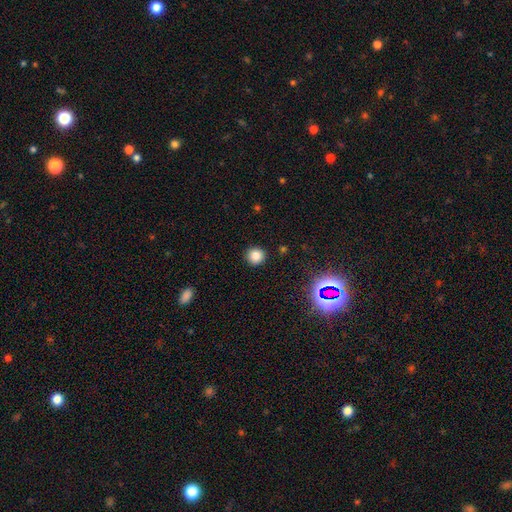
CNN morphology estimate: smooth-or-featured: smooth: 82% | star or artifact: 14% | featured or disk: 4%
  how-rounded: round: 92% | in between: 7% | cigar-shaped: 1%
  merging: none: 91% | minor disturbance: 6% | major disturbance: 2% | merger: 1%